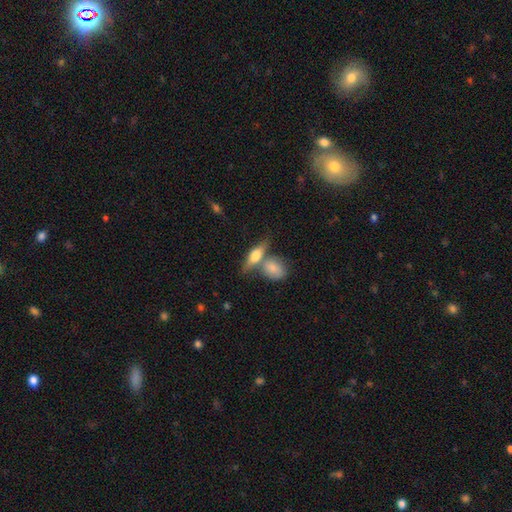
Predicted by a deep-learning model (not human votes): Smooth or featured: smooth — 59% (featured or disk — 34%)
How rounded: in between — 57% (cigar-shaped — 35%)
Merging: none — 47% (merger — 37%)